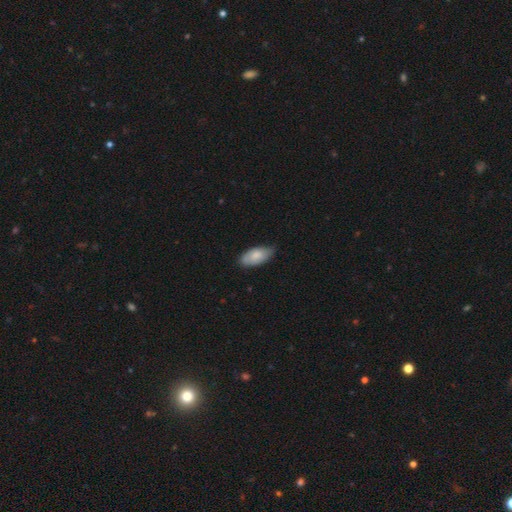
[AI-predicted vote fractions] Smooth or featured: smooth — 79% (featured or disk — 15%)
How rounded: in between — 92% (cigar-shaped — 6%)
Merging: none — 71% (minor disturbance — 24%)